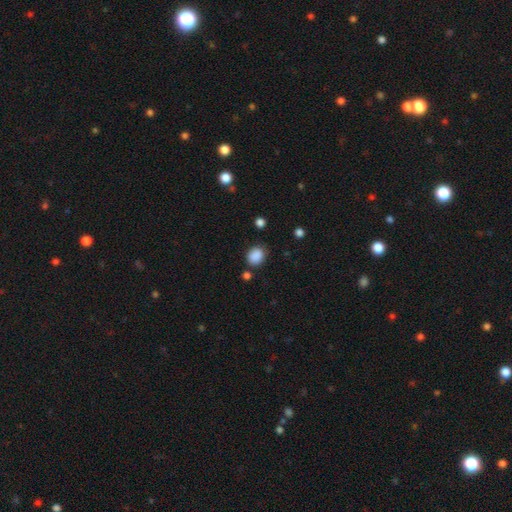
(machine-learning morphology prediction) A smooth galaxy with no disk features (87%) that is round (60%).

Vote fractions:
- Smooth or featured? smooth: 87% / star or artifact: 9% / featured or disk: 3%
- How rounded? round: 60% / in between: 39% / cigar-shaped: 1%
- Merging? none: 78% / minor disturbance: 14% / merger: 4% / major disturbance: 4%